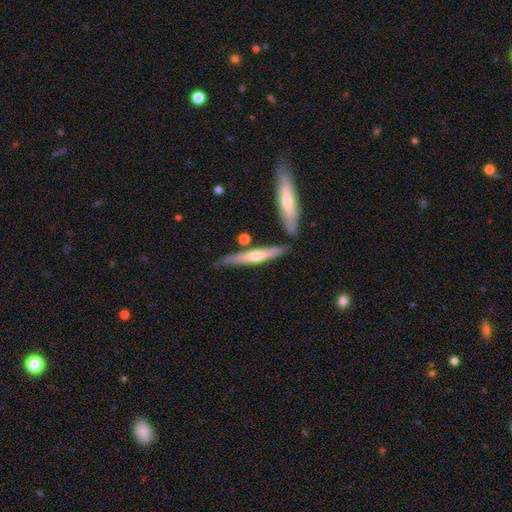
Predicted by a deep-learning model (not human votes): Smooth or featured? featured or disk (52%)
Edge-on disk? yes (92%)
Merging? none (73%)